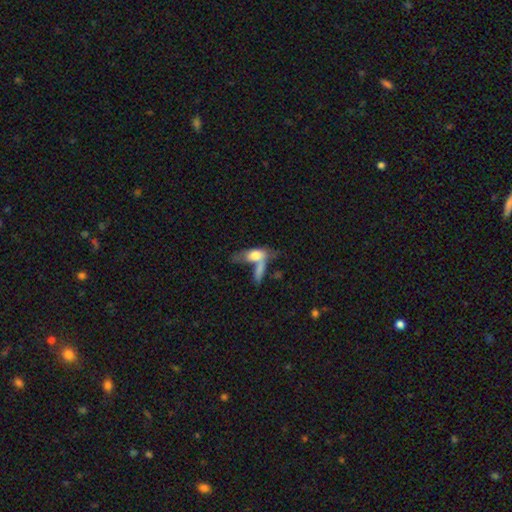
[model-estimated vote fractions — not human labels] Smooth or featured?
  - smooth: 65% *
  - featured or disk: 27%
  - star or artifact: 7%
How rounded?
  - in between: 71% *
  - cigar-shaped: 23%
  - round: 6%
Merging?
  - merger: 51% *
  - none: 21%
  - major disturbance: 16%
  - minor disturbance: 12%